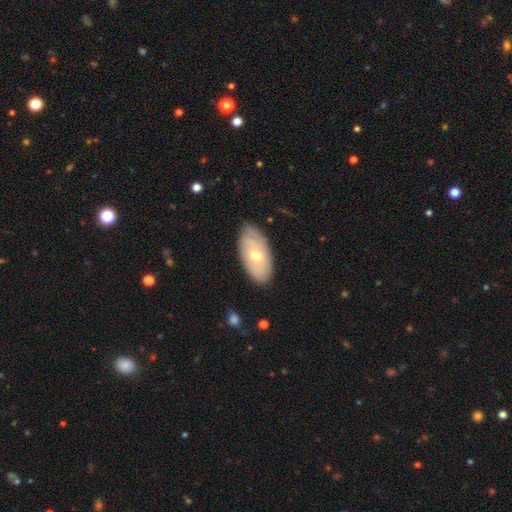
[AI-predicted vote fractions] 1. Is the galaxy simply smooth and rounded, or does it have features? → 51% featured or disk, 43% smooth, 6% star or artifact.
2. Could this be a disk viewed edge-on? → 88% no, 12% yes.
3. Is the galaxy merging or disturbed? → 79% none, 16% minor disturbance, 3% major disturbance, 1% merger.